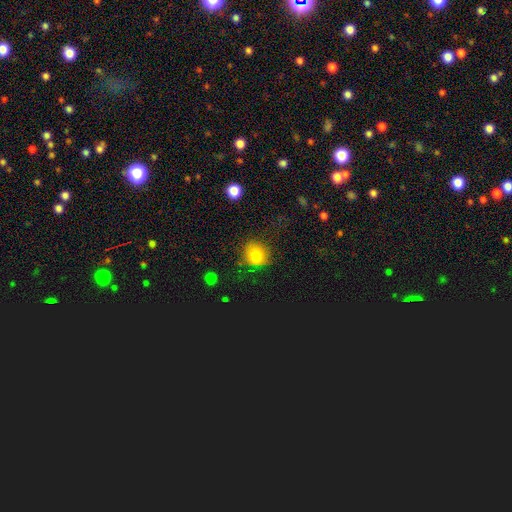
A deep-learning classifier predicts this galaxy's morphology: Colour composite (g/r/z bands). It shows a smooth galaxy with no disk features (75%) that is round (82%). Merging: none (72%).